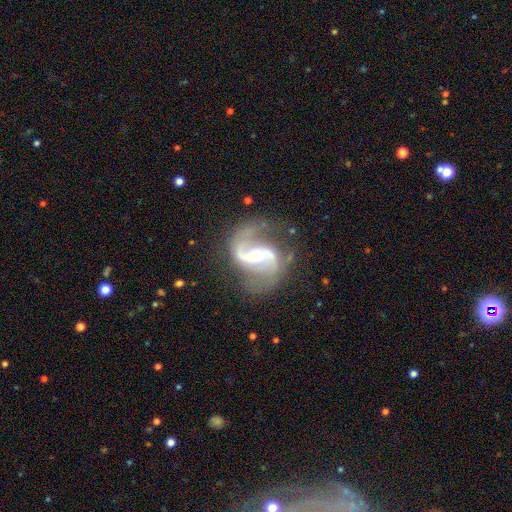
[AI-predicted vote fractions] Smooth or featured: featured or disk — 91% (star or artifact — 5%)
Edge-on disk: no — 98% (yes — 2%)
Bar: weak — 42% (no — 30%)
Spiral arms: yes — 98% (no — 2%)
Spiral winding: loose — 47% (medium — 45%)
Spiral arm count: 2 — 92% (1 — 3%)
Bulge size: small — 59% (moderate — 35%)
Merging: none — 70% (minor disturbance — 17%)